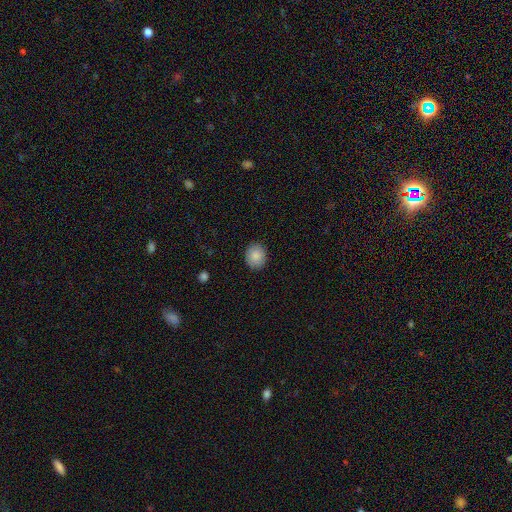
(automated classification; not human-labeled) This is clearly a smooth galaxy (87%). How rounded: likely round (65%). Merging: clearly none (88%).